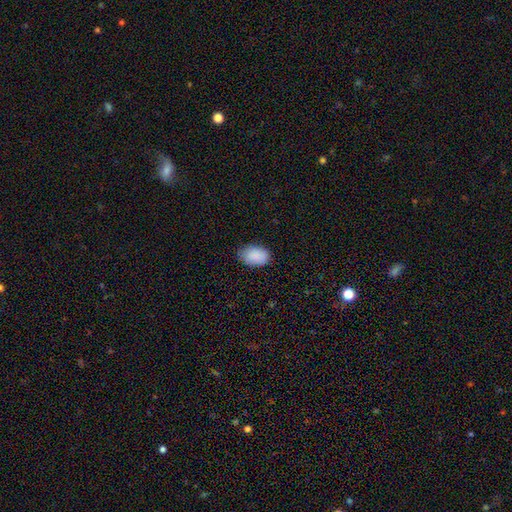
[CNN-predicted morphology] type=smooth (90%); roundness=in between (88%); merging=none (81%).